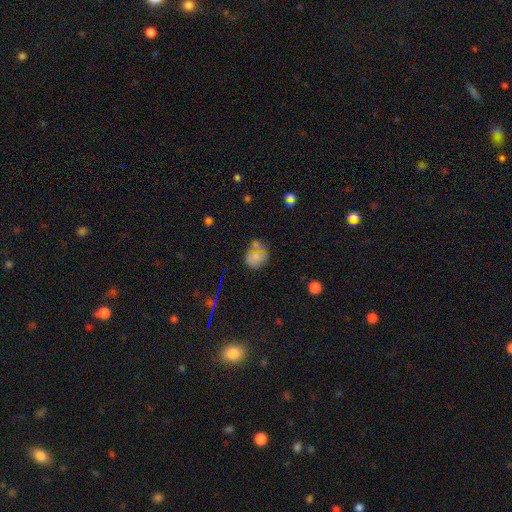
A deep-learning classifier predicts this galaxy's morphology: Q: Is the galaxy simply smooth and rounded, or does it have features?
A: smooth — 68%.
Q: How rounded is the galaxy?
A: round — 70%.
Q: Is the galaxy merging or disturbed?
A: none — 53%.